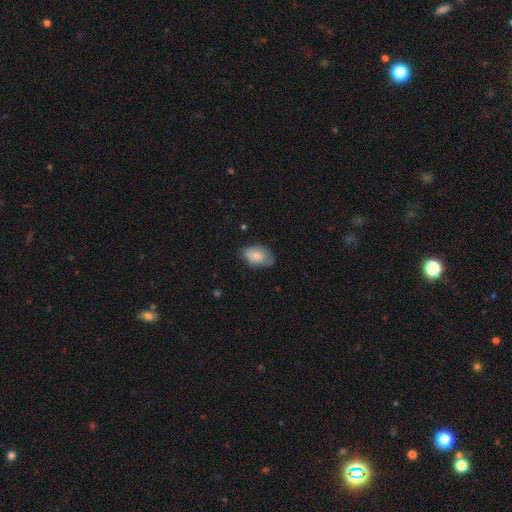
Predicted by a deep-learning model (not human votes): This is likely a smooth galaxy (79%). How rounded: clearly in between (91%). Merging: likely none (62%).